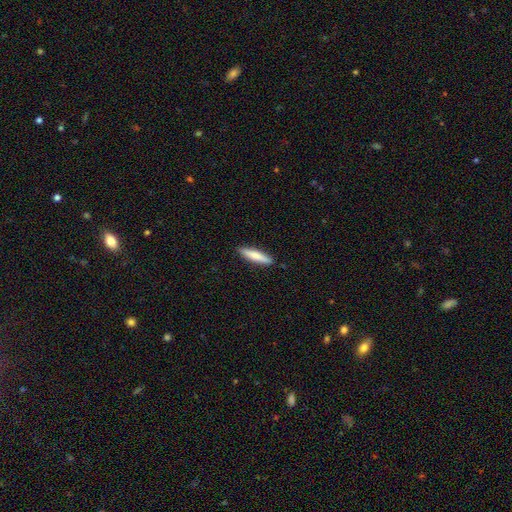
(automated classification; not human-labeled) Smooth or featured? Predicted: smooth (p=0.76). How rounded? Predicted: cigar-shaped (p=0.84). Merging? Predicted: none (p=0.90).